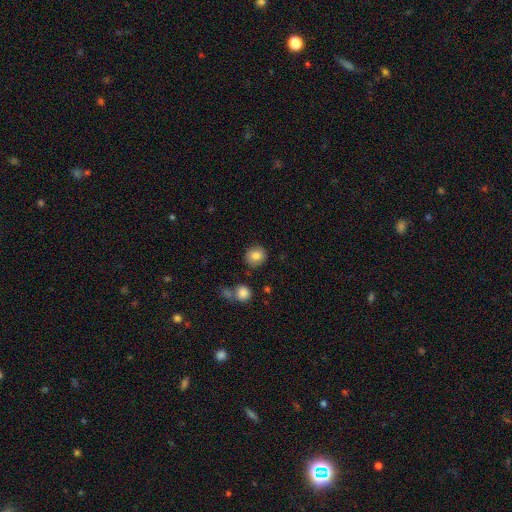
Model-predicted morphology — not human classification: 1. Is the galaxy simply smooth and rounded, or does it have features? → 84% smooth, 9% star or artifact, 7% featured or disk.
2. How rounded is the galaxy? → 87% round, 12% in between, 1% cigar-shaped.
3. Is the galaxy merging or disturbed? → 85% none, 9% minor disturbance, 3% merger, 3% major disturbance.